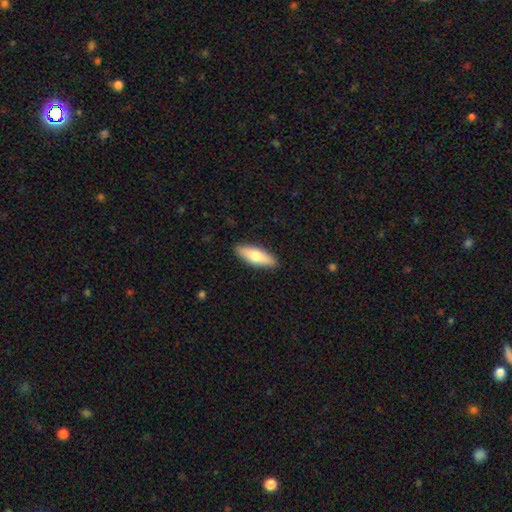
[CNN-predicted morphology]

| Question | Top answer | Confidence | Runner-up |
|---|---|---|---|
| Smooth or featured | smooth | 66% | featured or disk (28%) |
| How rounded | in between | 53% | cigar-shaped (45%) |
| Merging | none | 90% | minor disturbance (8%) |